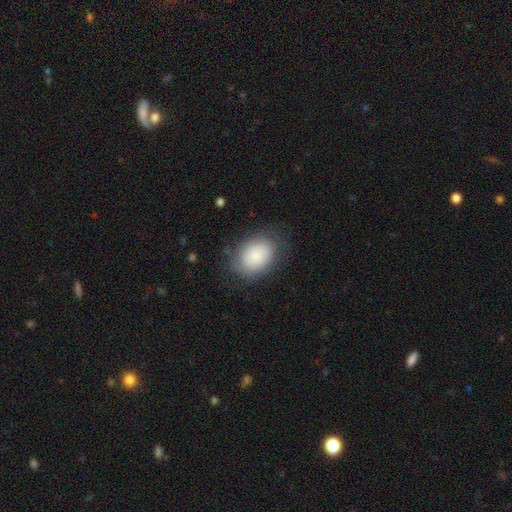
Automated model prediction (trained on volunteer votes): A smooth galaxy with no disk features (82%) that is in between round and cigar-shaped (71%). Merging: none (75%).